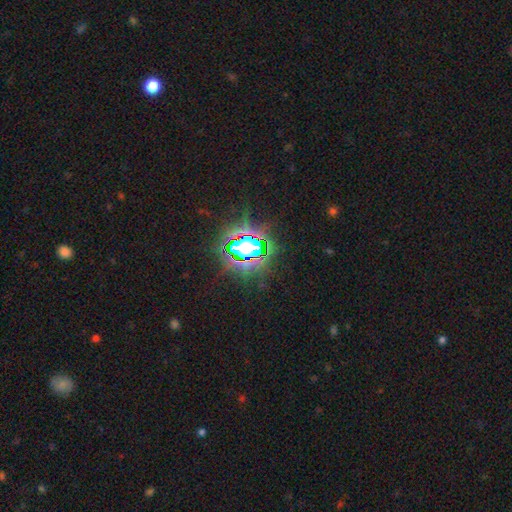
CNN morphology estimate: Q: Smooth or featured?
A: star or artifact (78%); runner-up: smooth (13%)